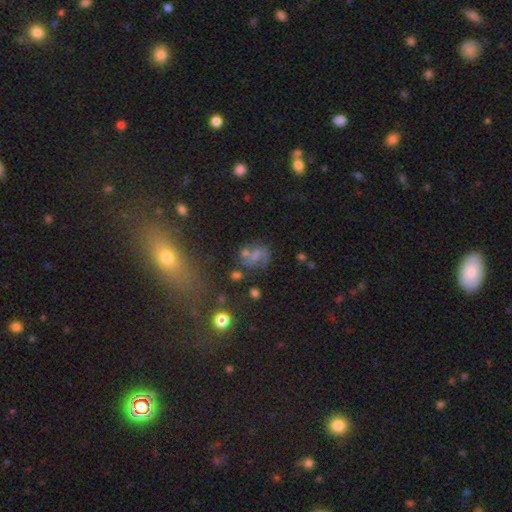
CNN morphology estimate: Smooth or featured: featured or disk — 44% (smooth — 35%)
Merging: none — 58% (minor disturbance — 18%)